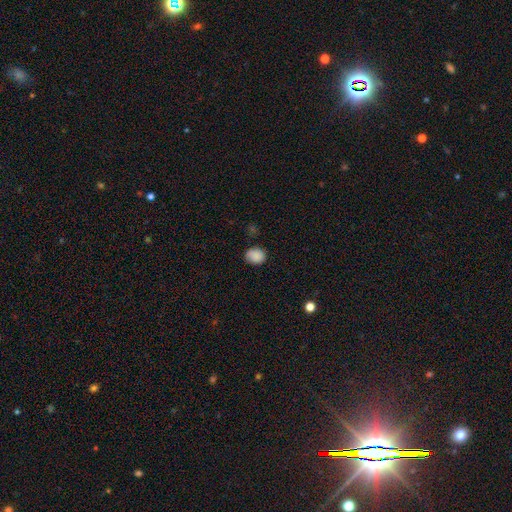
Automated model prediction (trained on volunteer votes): A smooth galaxy with no disk features (87%) that is round (53%). Merging: none (78%).